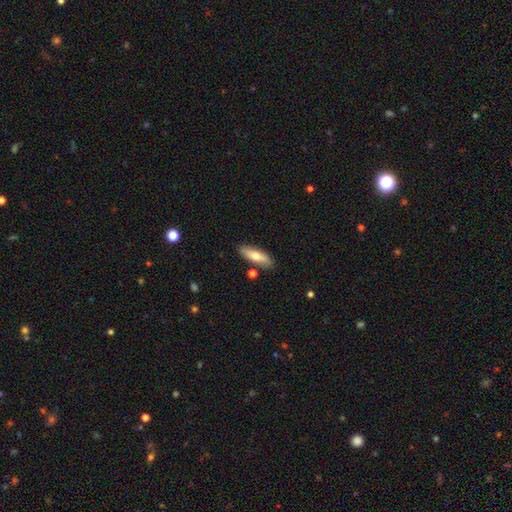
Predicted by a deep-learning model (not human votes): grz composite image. It shows a smooth galaxy with no disk features (65%) that is in between round and cigar-shaped (51%). Merging: none (83%).